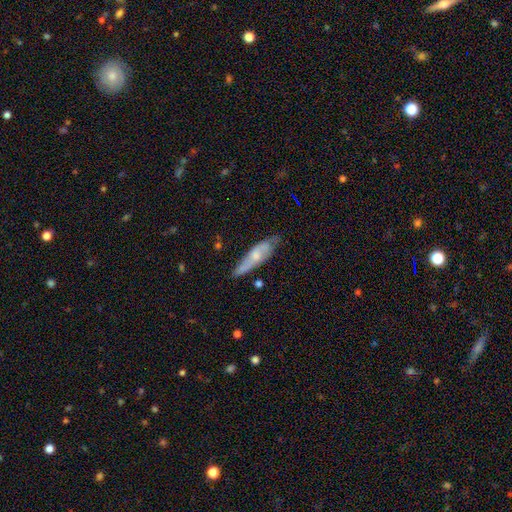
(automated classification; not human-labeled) Morphology: type=featured or disk (48%); merging=none (63%).